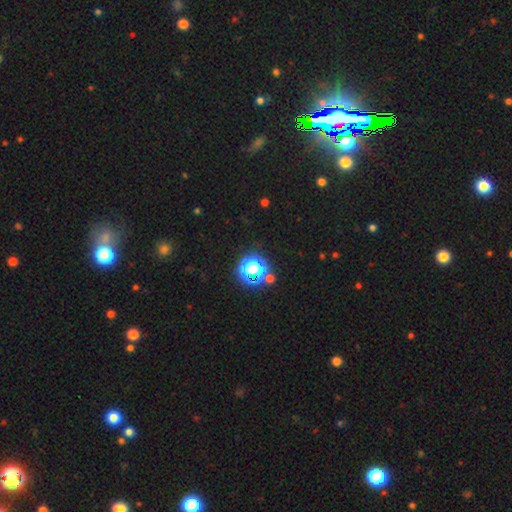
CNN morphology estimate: Overall: star or artifact (77%).